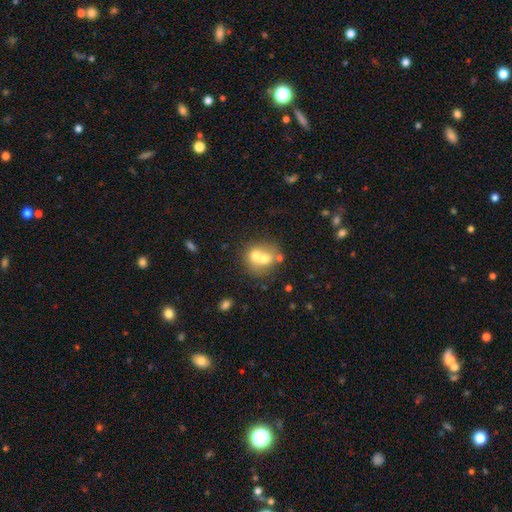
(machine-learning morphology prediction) A smooth galaxy with no disk features (62%) that is round (71%).

Vote fractions:
- Smooth or featured? smooth: 62% / featured or disk: 27% / star or artifact: 11%
- How rounded? round: 71% / in between: 28% / cigar-shaped: 1%
- Merging? merger: 63% / none: 28% / minor disturbance: 6% / major disturbance: 3%